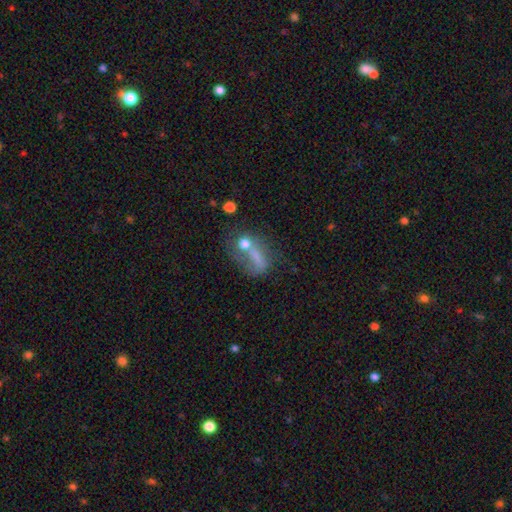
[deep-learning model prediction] A smooth galaxy with no disk features (52%) that is in between round and cigar-shaped (60%). Merging: none (30%).